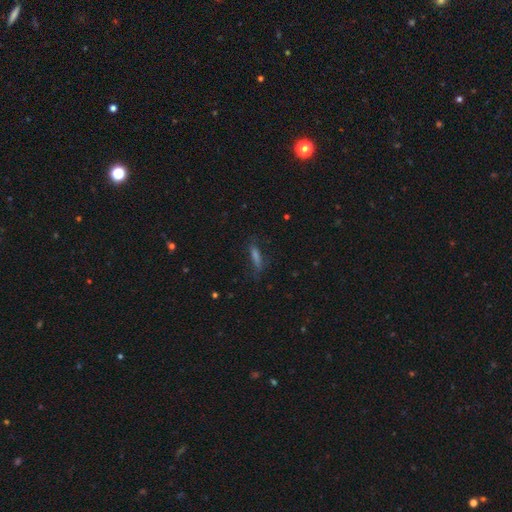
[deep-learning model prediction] A smooth galaxy with no disk features (52%) that is cigar-shaped (78%). Merging: none (70%).